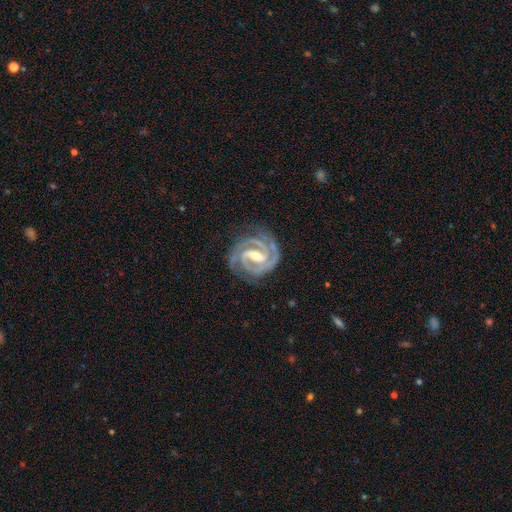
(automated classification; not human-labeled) The model was most divided on "bar": strong: 55%, weak: 35%, no: 9%. More confident: spiral arms — yes (99%); edge-on disk — no (98%); smooth or featured — featured or disk (93%); merging — none (82%); spiral arm count — 2 (80%); spiral winding — tight (74%); bulge size — moderate (64%).